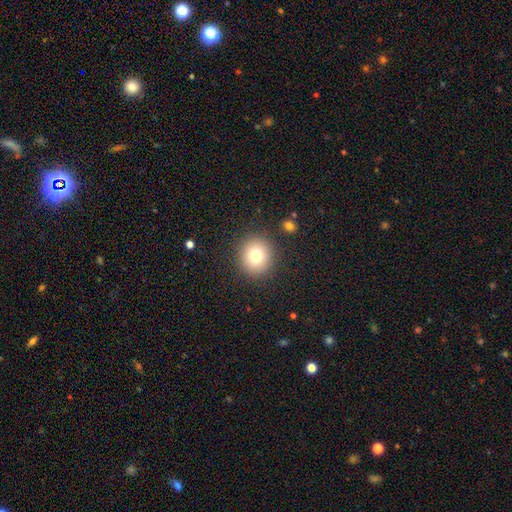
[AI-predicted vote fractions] Overall: smooth (77%). How rounded: round (88%). Merging: none (89%).